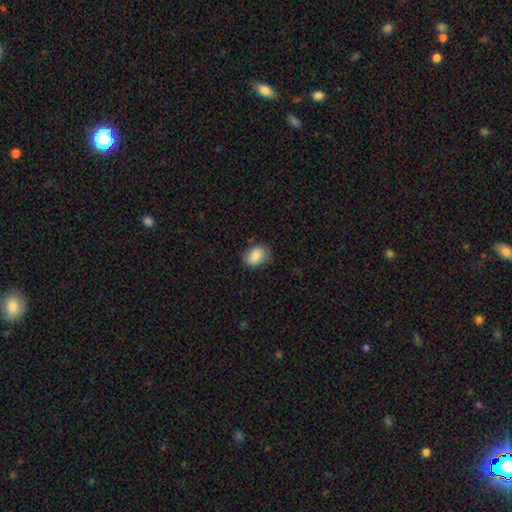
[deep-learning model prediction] This appears to be a smooth galaxy with no disk features (86%) that is in between round and cigar-shaped (70%). Merging: none (75%).